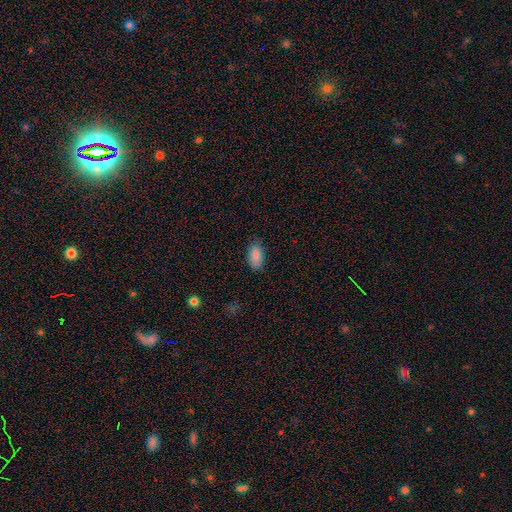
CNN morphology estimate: smooth-or-featured: smooth: 87% | star or artifact: 8% | featured or disk: 5%
  how-rounded: in between: 93% | round: 4% | cigar-shaped: 3%
  merging: none: 78% | minor disturbance: 17% | major disturbance: 3% | merger: 1%